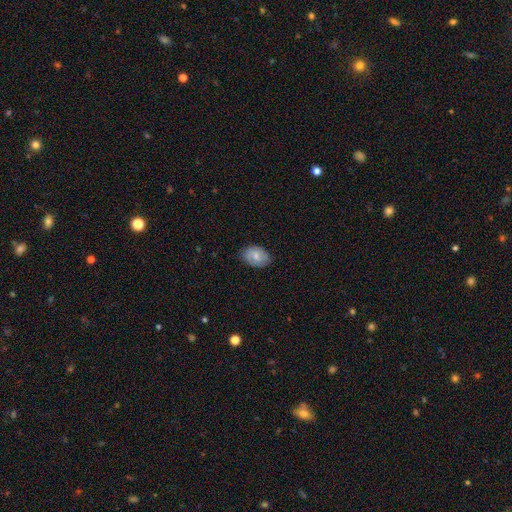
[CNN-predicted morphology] Smooth or featured? smooth (72%)
How rounded? in between (86%)
Merging? none (80%)